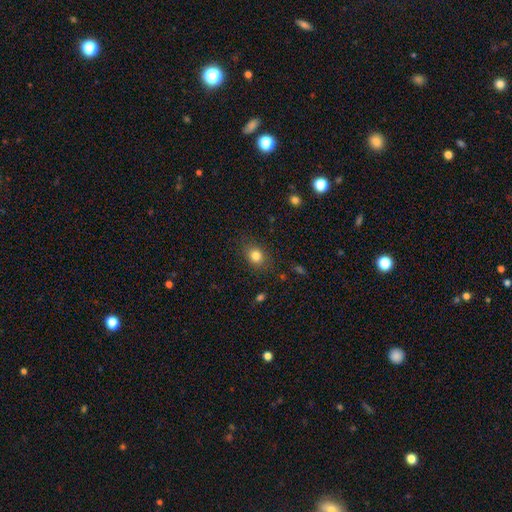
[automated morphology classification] A smooth galaxy with no disk features (82%) that is round (51%). Merging: none (83%).